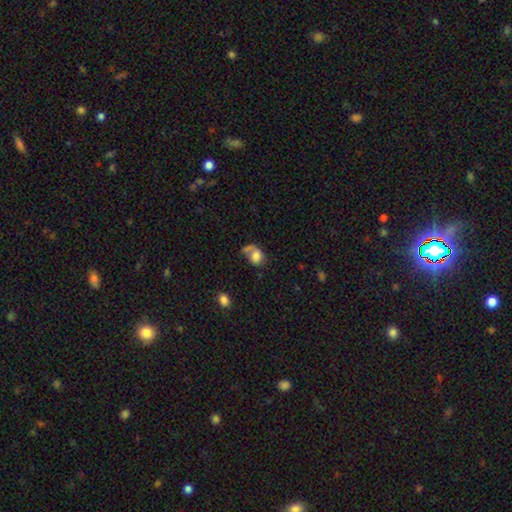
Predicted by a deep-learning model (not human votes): Morphology: type=smooth (63%); roundness=in between (58%); merging=major disturbance (38%).